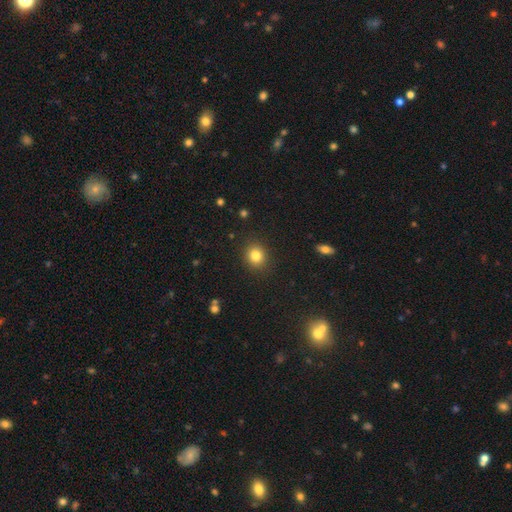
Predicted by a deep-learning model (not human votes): smooth_or_featured: smooth (p=0.83) [alt: star or artifact p=0.11]
how_rounded: round (p=0.78) [alt: in between p=0.21]
merging: none (p=0.89) [alt: minor disturbance p=0.07]